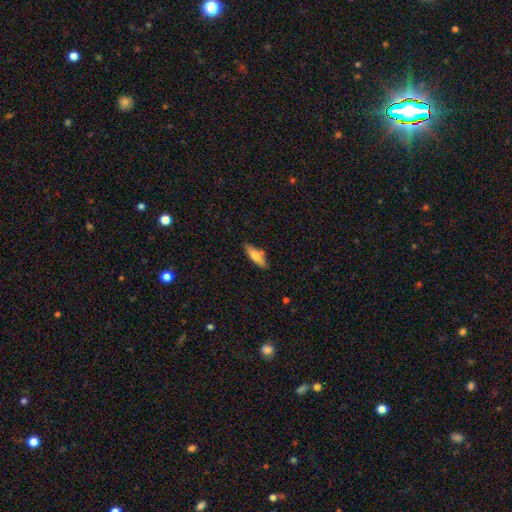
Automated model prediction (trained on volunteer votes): Smooth or featured?
  - smooth: 70% *
  - featured or disk: 23%
  - star or artifact: 6%
How rounded?
  - in between: 56% *
  - cigar-shaped: 41%
  - round: 2%
Merging?
  - none: 74% *
  - minor disturbance: 19%
  - major disturbance: 4%
  - merger: 3%